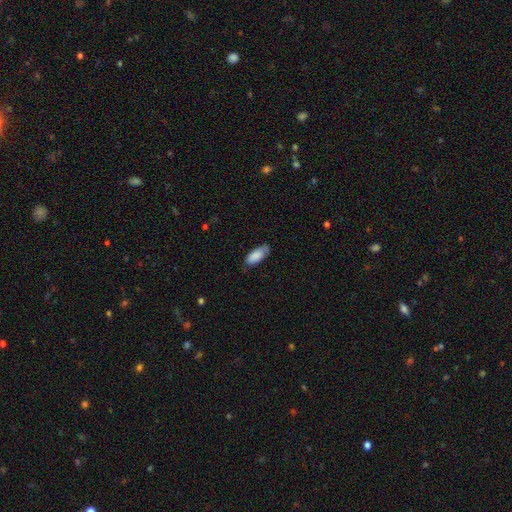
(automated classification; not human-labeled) Overall: smooth (86%). How rounded: in between (87%). Merging: none (71%).